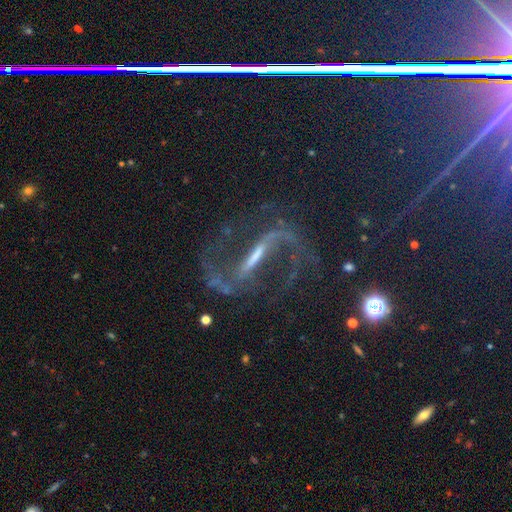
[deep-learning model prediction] Smooth or featured: featured or disk — 87% (star or artifact — 9%)
Edge-on disk: no — 91% (yes — 9%)
Bar: strong — 69% (weak — 23%)
Spiral arms: yes — 95% (no — 5%)
Spiral winding: loose — 63% (medium — 29%)
Spiral arm count: 2 — 92% (1 — 3%)
Bulge size: small — 45% (none — 26%)
Merging: none — 64% (major disturbance — 18%)